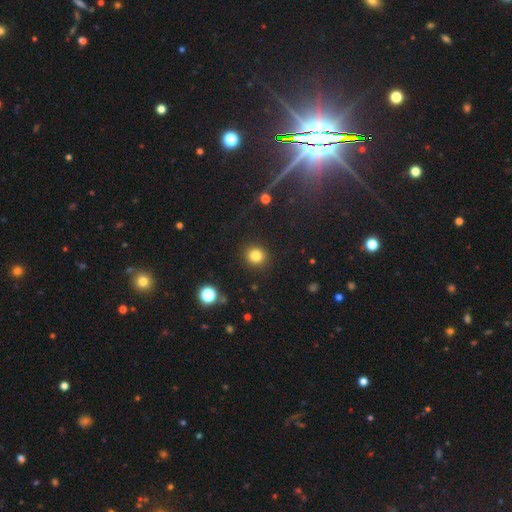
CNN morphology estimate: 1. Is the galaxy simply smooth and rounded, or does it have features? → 83% smooth, 12% star or artifact, 5% featured or disk.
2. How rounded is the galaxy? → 88% round, 11% in between, 1% cigar-shaped.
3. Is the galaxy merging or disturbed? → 90% none, 6% minor disturbance, 2% major disturbance, 1% merger.